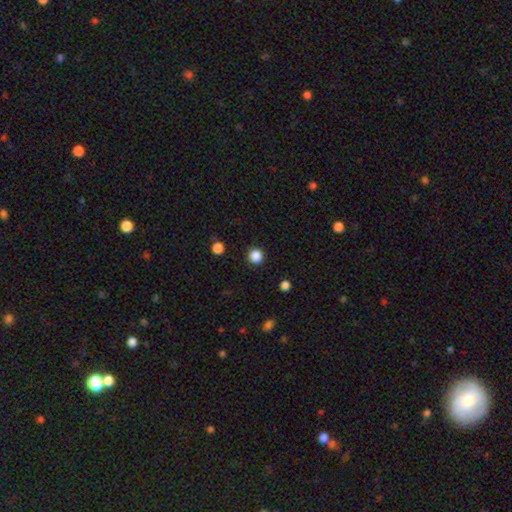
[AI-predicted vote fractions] smooth_or_featured: smooth (p=0.86) [alt: star or artifact p=0.11]
how_rounded: round (p=0.94) [alt: in between p=0.05]
merging: none (p=0.92) [alt: minor disturbance p=0.05]